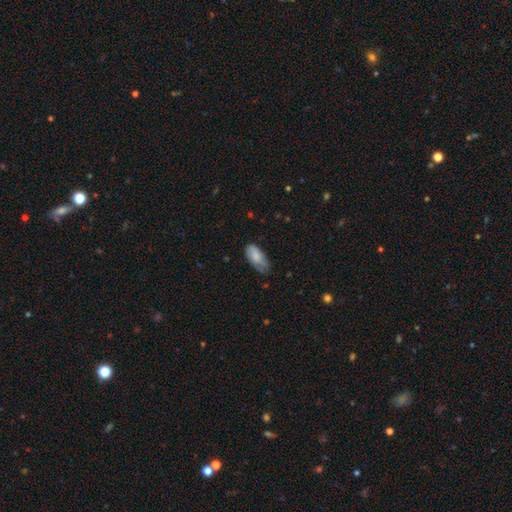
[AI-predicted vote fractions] A smooth galaxy with no disk features (77%) that is in between round and cigar-shaped (89%).

Vote fractions:
- Smooth or featured? smooth: 77% / featured or disk: 17% / star or artifact: 6%
- How rounded? in between: 89% / cigar-shaped: 9% / round: 2%
- Merging? none: 52% / minor disturbance: 37% / major disturbance: 9% / merger: 2%